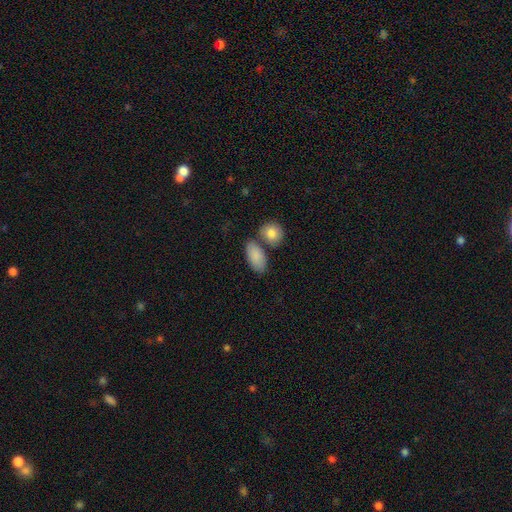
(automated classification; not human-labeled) The model was most divided on "merging": none: 60%, merger: 21%, minor disturbance: 15%, major disturbance: 4%. More confident: how rounded — in between (90%); smooth or featured — smooth (87%).